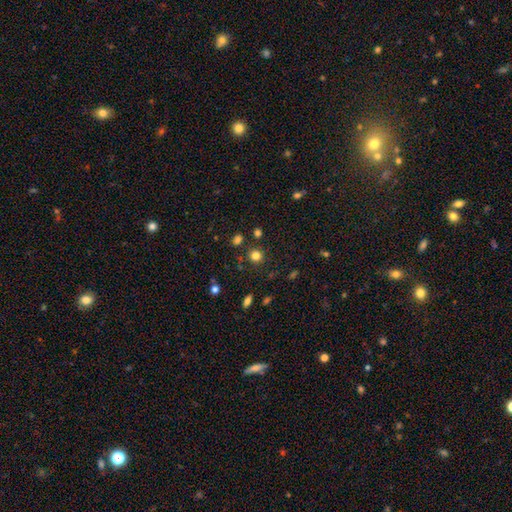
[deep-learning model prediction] smooth 79%, star or artifact 15%, featured or disk 5%. Down the decision tree: how rounded — round (89%); merging — none (85%).